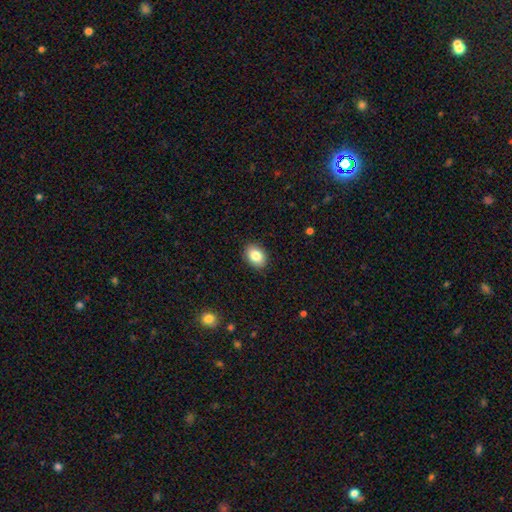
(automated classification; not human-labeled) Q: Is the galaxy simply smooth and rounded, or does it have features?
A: smooth — 85%.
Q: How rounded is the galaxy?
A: in between — 74%.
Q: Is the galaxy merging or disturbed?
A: none — 89%.